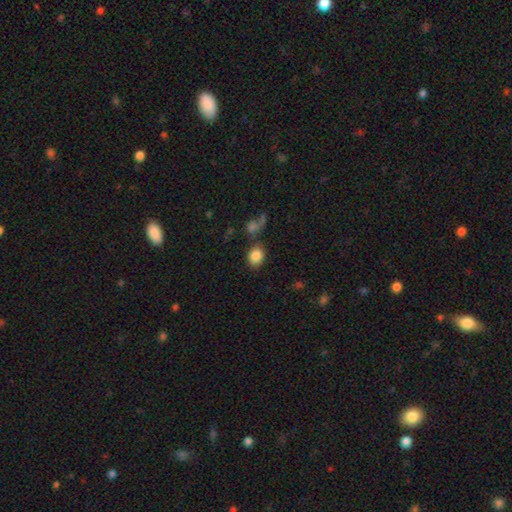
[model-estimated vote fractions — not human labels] A smooth galaxy with no disk features (85%) that is in between round and cigar-shaped (53%). Merging: none (69%).